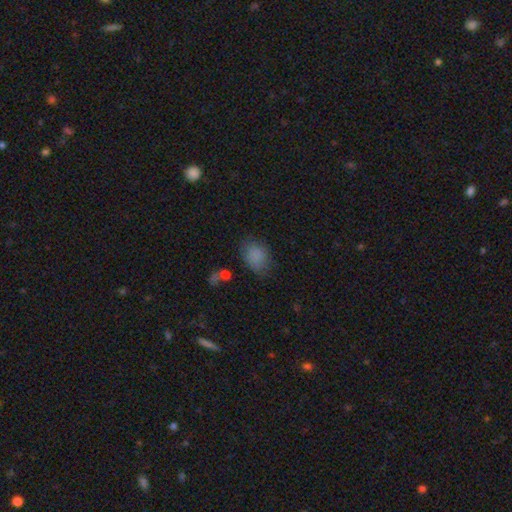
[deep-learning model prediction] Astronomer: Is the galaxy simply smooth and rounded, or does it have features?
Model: smooth — 82%.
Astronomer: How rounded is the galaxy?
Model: in between — 71%.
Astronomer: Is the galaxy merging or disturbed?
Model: none — 66%.